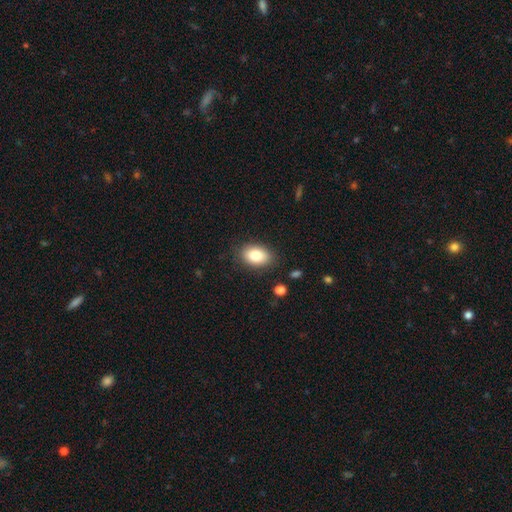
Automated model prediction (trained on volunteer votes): A smooth galaxy with no disk features (83%) that is in between round and cigar-shaped (84%). Merging: none (84%).